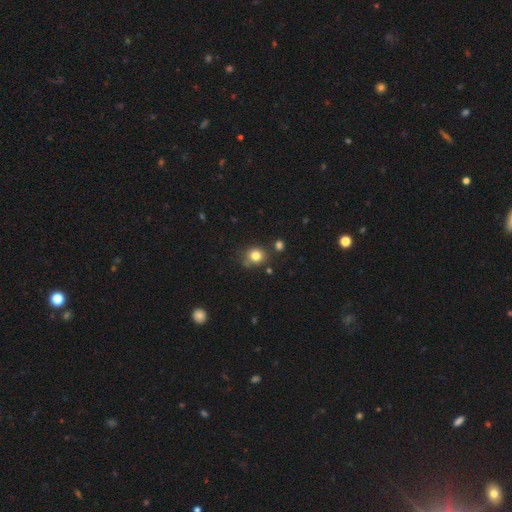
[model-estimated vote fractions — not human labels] Q: Smooth or featured?
A: smooth (81%); runner-up: star or artifact (12%)
Q: How rounded?
A: round (78%); runner-up: in between (21%)
Q: Merging?
A: none (73%); runner-up: minor disturbance (15%)